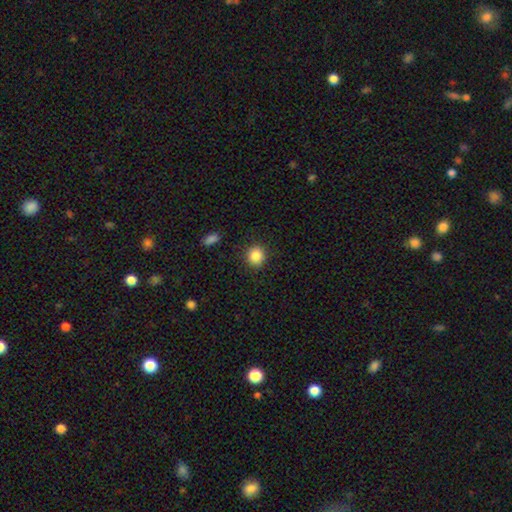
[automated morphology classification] Smooth or featured: smooth — 86% (star or artifact — 10%)
How rounded: round — 87% (in between — 12%)
Merging: none — 89% (minor disturbance — 7%)